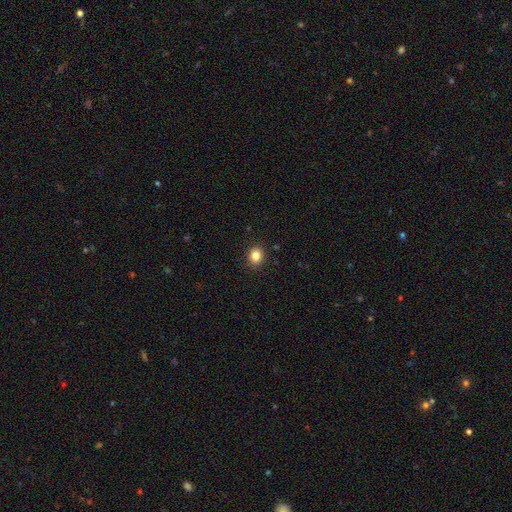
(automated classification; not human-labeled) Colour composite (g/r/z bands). It shows a smooth galaxy with no disk features (84%) that is round (68%). Merging: none (91%).